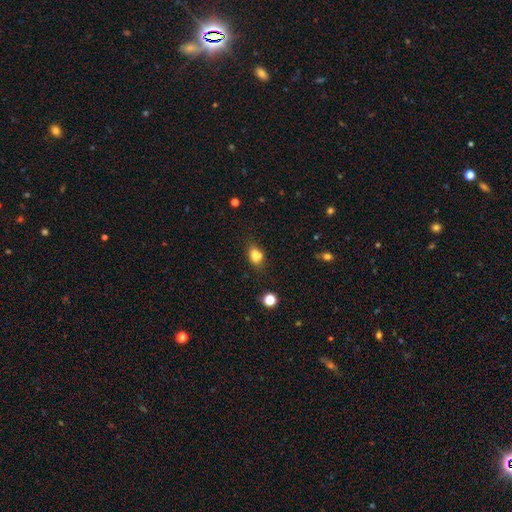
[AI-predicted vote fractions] smooth 75%, star or artifact 13%, featured or disk 12%. Down the decision tree: how rounded — in between (65%); merging — none (47%).